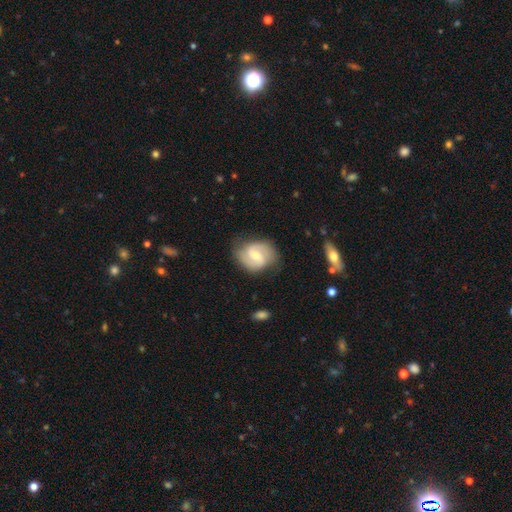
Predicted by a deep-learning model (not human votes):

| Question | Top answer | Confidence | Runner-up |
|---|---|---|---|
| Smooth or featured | featured or disk | 76% | smooth (18%) |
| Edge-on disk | no | 98% | yes (2%) |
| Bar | weak | 57% | no (25%) |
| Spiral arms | yes | 93% | no (7%) |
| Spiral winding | medium | 50% | loose (25%) |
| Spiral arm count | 2 | 89% | can't tell (5%) |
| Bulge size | moderate | 52% | small (43%) |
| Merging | none | 77% | minor disturbance (17%) |